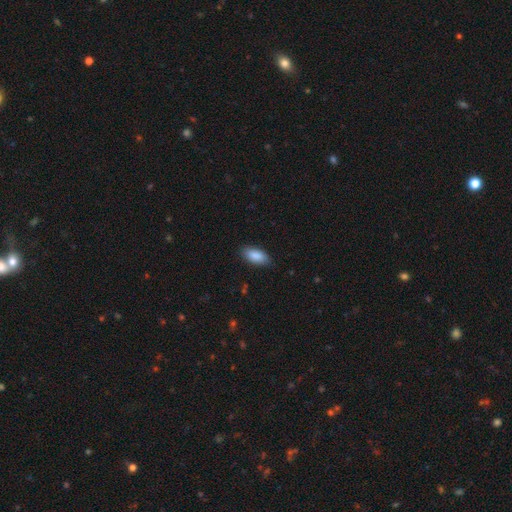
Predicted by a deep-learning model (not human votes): Q: Smooth or featured?
A: smooth (89%); runner-up: star or artifact (6%)
Q: How rounded?
A: in between (91%); runner-up: cigar-shaped (7%)
Q: Merging?
A: none (86%); runner-up: minor disturbance (11%)